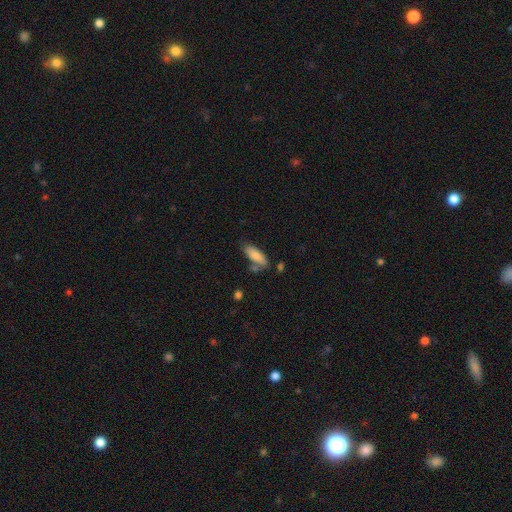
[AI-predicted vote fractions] This is clearly a smooth galaxy (83%). How rounded: likely in between (65%). Merging: likely none (64%).